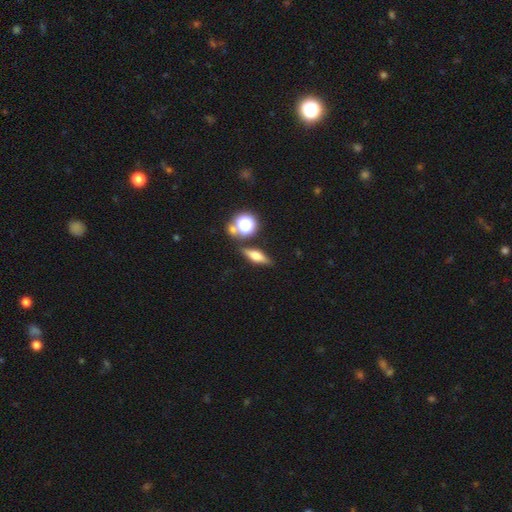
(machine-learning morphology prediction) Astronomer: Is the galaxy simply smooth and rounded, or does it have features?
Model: smooth — 48% (runner-up: featured or disk, 38%).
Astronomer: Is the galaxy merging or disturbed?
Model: none — 79%.